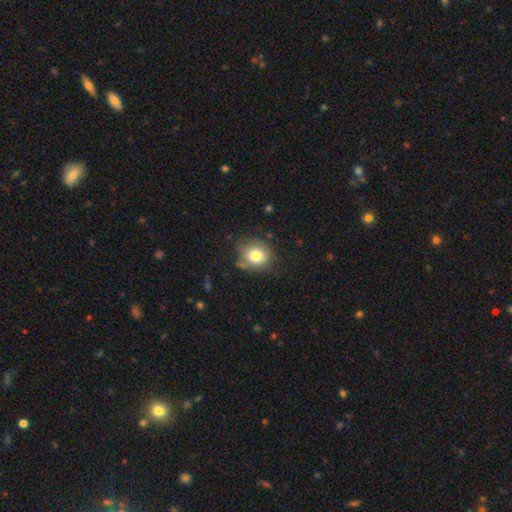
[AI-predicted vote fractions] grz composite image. It shows a smooth galaxy with no disk features (78%) that is round (71%). Merging: none (70%).